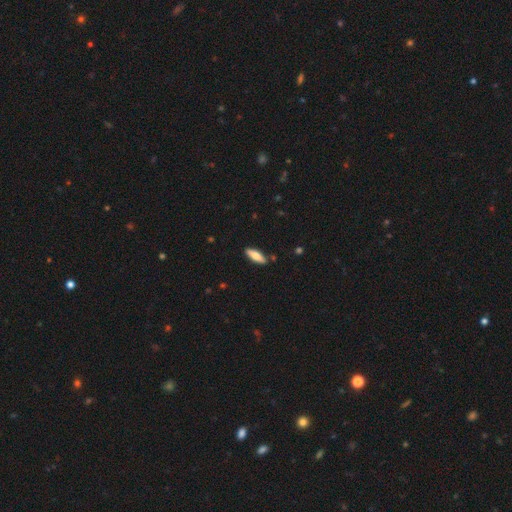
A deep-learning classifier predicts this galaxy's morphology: A smooth galaxy with no disk features (71%) that is in between round and cigar-shaped (56%).

Vote fractions:
- Smooth or featured? smooth: 71% / featured or disk: 23% / star or artifact: 6%
- How rounded? in between: 56% / cigar-shaped: 42% / round: 2%
- Merging? none: 87% / minor disturbance: 10% / merger: 2% / major disturbance: 2%